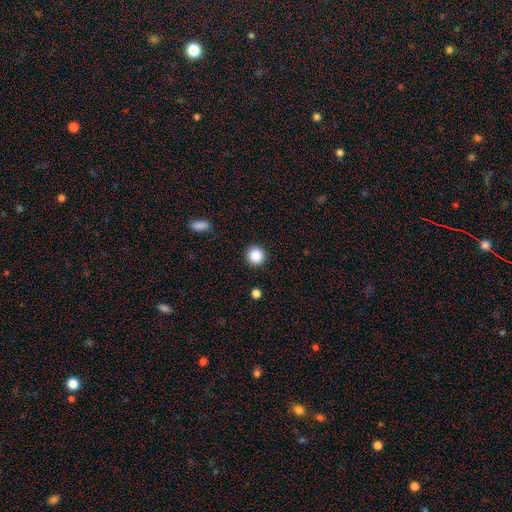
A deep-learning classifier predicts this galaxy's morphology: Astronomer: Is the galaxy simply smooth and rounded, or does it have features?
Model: smooth — 88%.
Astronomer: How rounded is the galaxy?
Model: round — 96%.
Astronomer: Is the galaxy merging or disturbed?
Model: none — 92%.